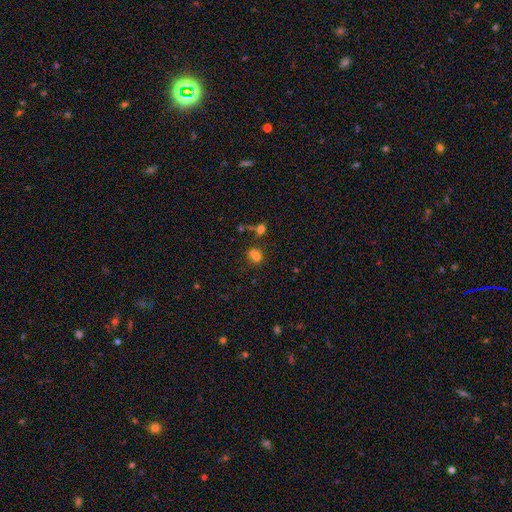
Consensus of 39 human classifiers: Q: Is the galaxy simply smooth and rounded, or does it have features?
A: smooth — 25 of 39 (64%).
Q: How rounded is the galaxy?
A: round — 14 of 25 (56%).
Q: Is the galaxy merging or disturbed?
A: none — 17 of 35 (49%).